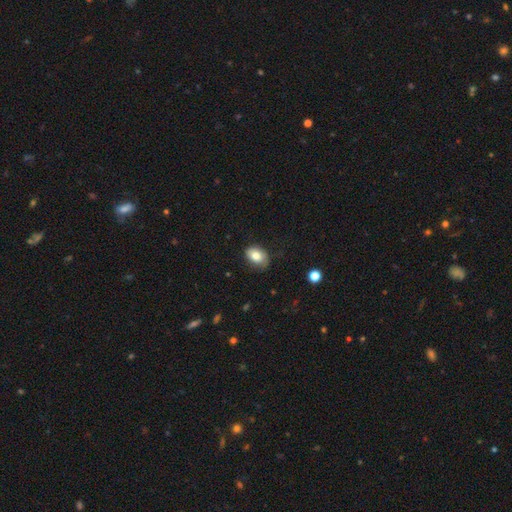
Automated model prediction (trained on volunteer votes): A smooth galaxy with no disk features (79%) that is in between round and cigar-shaped (79%). Merging: none (69%).